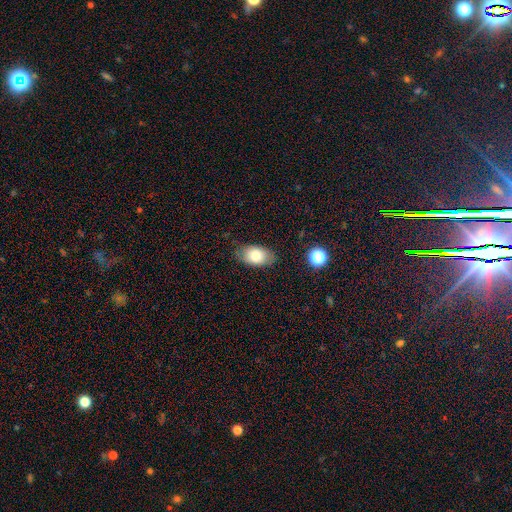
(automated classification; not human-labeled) Morphology: type=smooth (80%); roundness=in between (90%); merging=none (79%).